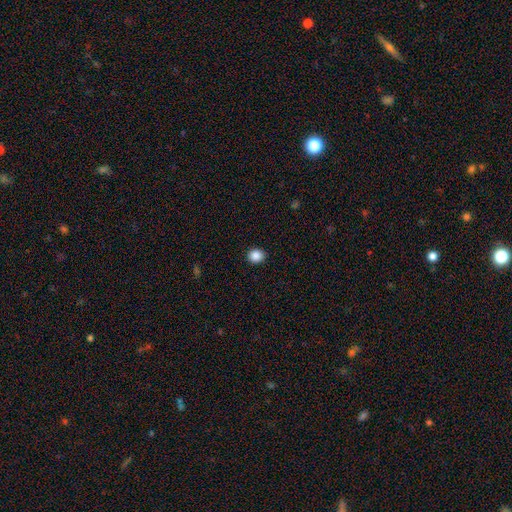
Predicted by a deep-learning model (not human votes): Q: Smooth or featured?
A: smooth (87%); runner-up: star or artifact (10%)
Q: How rounded?
A: round (78%); runner-up: in between (21%)
Q: Merging?
A: none (91%); runner-up: minor disturbance (6%)